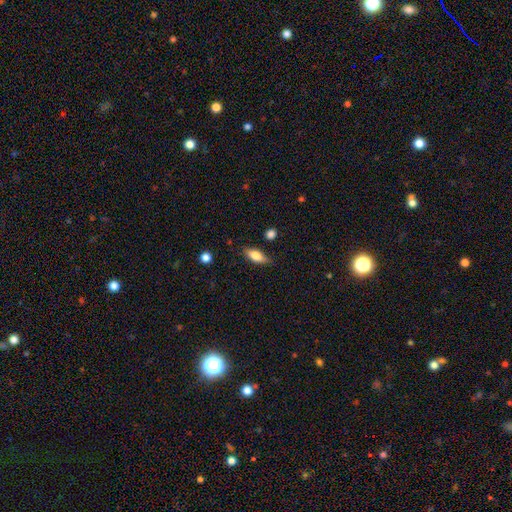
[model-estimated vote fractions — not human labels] Q: Smooth or featured?
A: smooth (74%); runner-up: featured or disk (19%)
Q: How rounded?
A: in between (74%); runner-up: cigar-shaped (22%)
Q: Merging?
A: none (76%); runner-up: minor disturbance (18%)